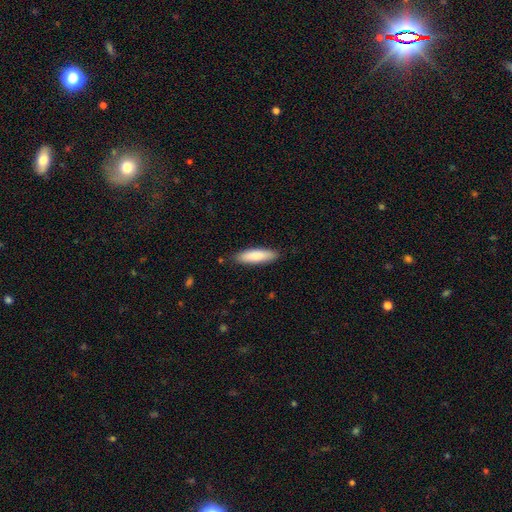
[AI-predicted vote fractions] Morphology: type=smooth (85%); roundness=cigar-shaped (62%); merging=none (86%).